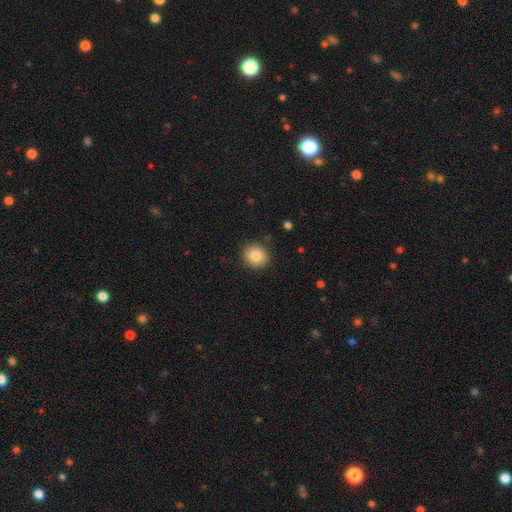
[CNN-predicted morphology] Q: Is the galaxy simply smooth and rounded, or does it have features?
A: smooth — 84%.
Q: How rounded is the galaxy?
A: round — 84%.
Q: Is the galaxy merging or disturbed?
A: none — 89%.